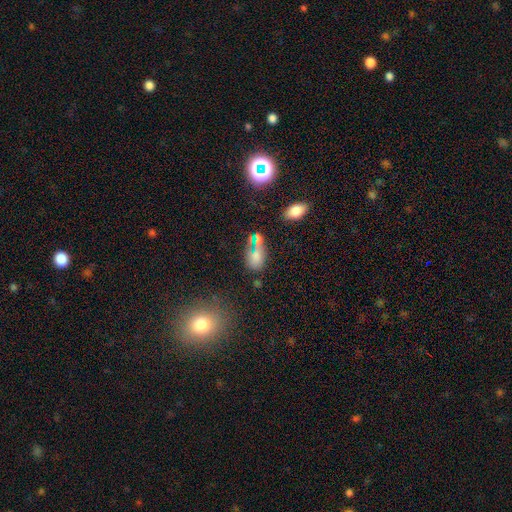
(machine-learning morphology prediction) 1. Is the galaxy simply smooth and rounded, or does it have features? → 66% smooth, 22% star or artifact, 12% featured or disk.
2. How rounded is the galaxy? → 83% in between, 13% round, 5% cigar-shaped.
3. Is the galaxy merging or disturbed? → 50% none, 19% minor disturbance, 19% merger, 11% major disturbance.